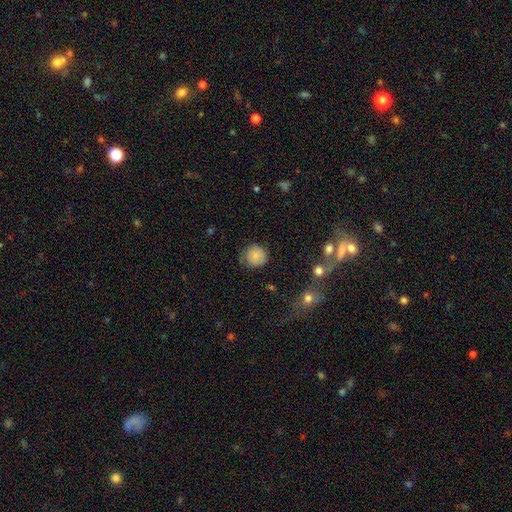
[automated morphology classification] smooth 83%, featured or disk 9%, star or artifact 9%. Down the decision tree: how rounded — round (90%); merging — none (72%).